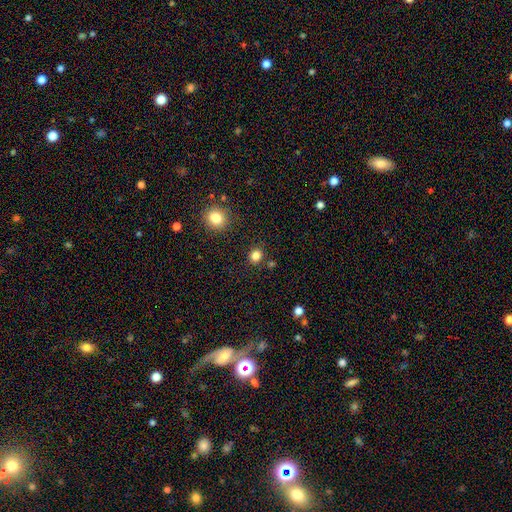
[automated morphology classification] Smooth or featured?
  - smooth: 83% *
  - star or artifact: 13%
  - featured or disk: 4%
How rounded?
  - round: 74% *
  - in between: 25%
  - cigar-shaped: 1%
Merging?
  - none: 85% *
  - minor disturbance: 8%
  - merger: 5%
  - major disturbance: 3%